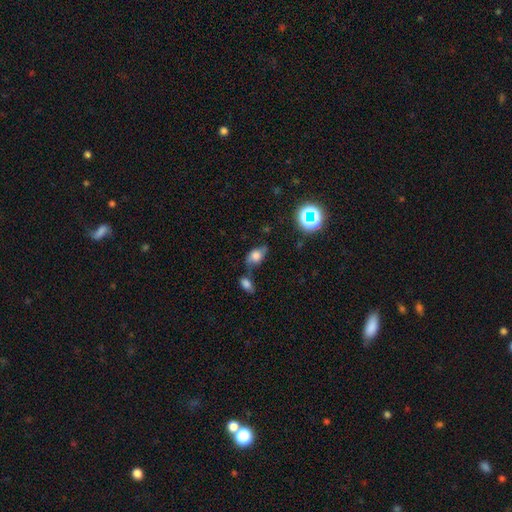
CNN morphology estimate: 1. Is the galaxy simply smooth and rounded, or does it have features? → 61% smooth, 23% featured or disk, 16% star or artifact.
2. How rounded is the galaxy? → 83% in between, 14% round, 3% cigar-shaped.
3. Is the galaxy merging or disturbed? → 50% none, 25% minor disturbance, 15% merger, 10% major disturbance.